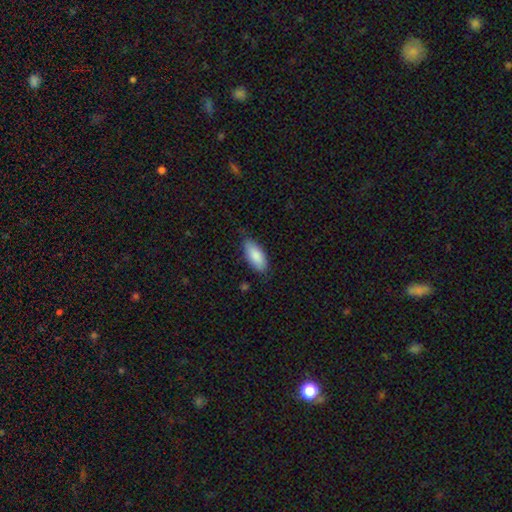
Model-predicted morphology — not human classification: A smooth galaxy with no disk features (87%) that is in between round and cigar-shaped (86%). Merging: none (76%).